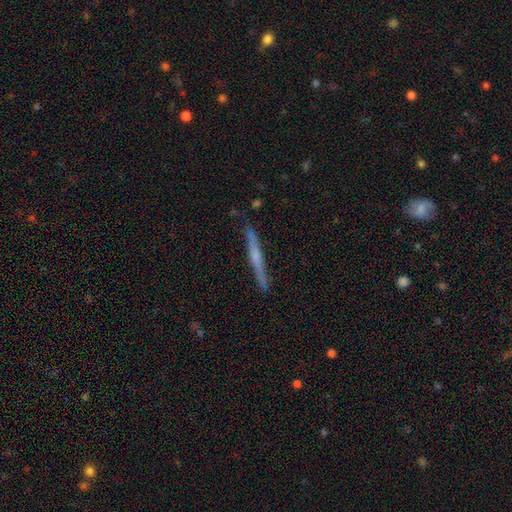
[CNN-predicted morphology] Smooth or featured: featured or disk — 67% (smooth — 28%)
Edge-on disk: yes — 97% (no — 3%)
Edge-on bulge: rounded — 55% (none — 35%)
Merging: none — 88% (minor disturbance — 9%)